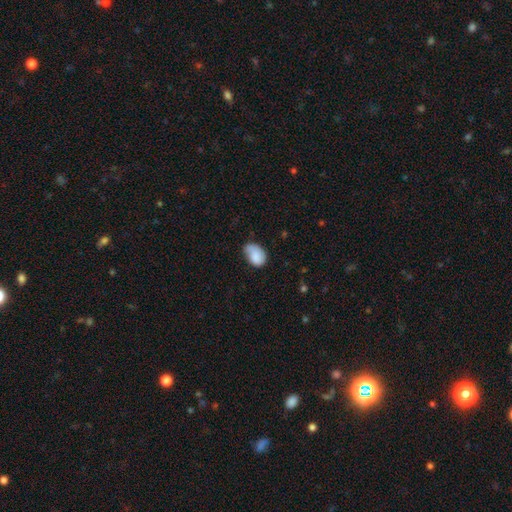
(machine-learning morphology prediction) A smooth galaxy with no disk features (81%) that is in between round and cigar-shaped (79%).

Vote fractions:
- Smooth or featured? smooth: 81% / featured or disk: 12% / star or artifact: 7%
- How rounded? in between: 79% / round: 20% / cigar-shaped: 1%
- Merging? minor disturbance: 42% / none: 40% / major disturbance: 14% / merger: 4%